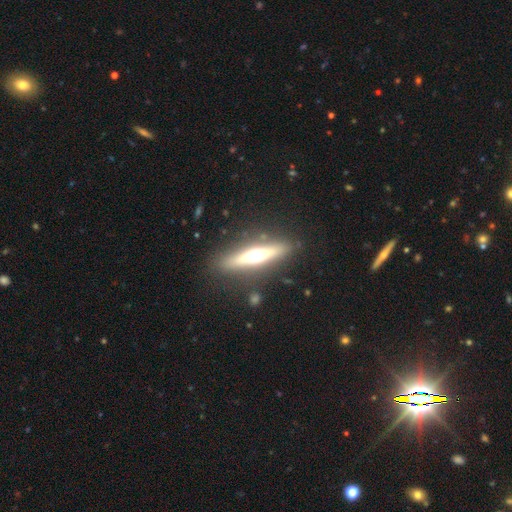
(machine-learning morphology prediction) Smooth or featured: featured or disk — 62% (smooth — 30%)
Edge-on disk: yes — 92% (no — 8%)
Edge-on bulge: rounded — 93% (boxy — 4%)
Merging: none — 85% (minor disturbance — 9%)